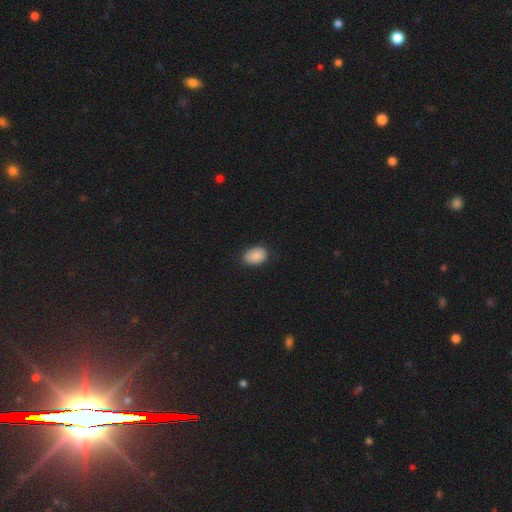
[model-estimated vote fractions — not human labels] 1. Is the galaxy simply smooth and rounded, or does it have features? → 88% smooth, 8% star or artifact, 5% featured or disk.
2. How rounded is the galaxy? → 78% in between, 21% round, 1% cigar-shaped.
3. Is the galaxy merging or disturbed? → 81% none, 15% minor disturbance, 3% major disturbance, 1% merger.